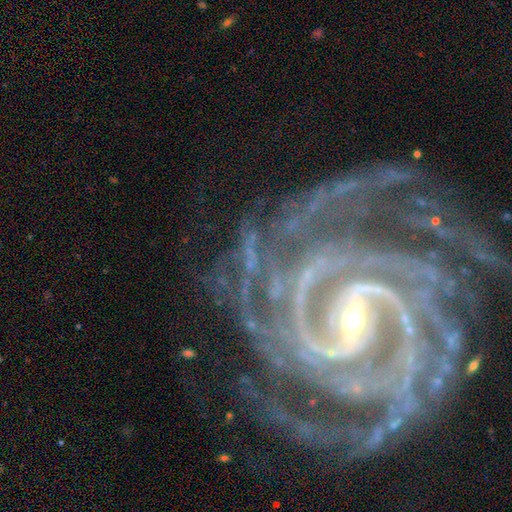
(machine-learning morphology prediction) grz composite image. It shows a featured or disk galaxy (93%) with a strong bar (63%), 2 (27%) tight (67%) spiral arms (99%) and a small central bulge (58%). Merging: none (68%).